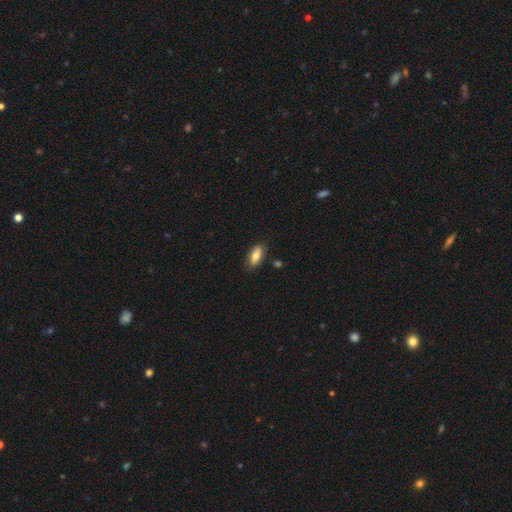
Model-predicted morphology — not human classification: Smooth or featured? smooth (74%)
How rounded? in between (84%)
Merging? none (81%)